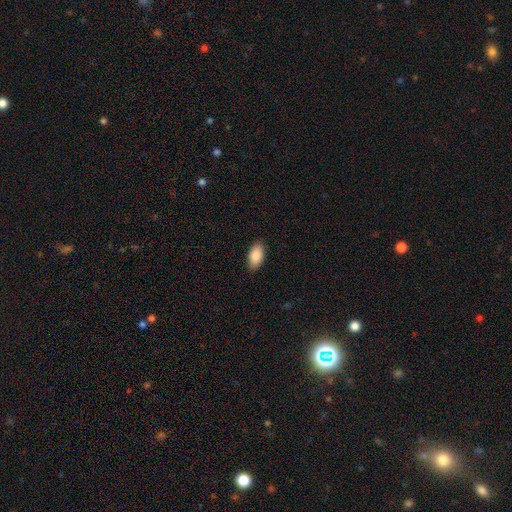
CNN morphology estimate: This appears to be a smooth galaxy with no disk features (89%) that is in between round and cigar-shaped (94%). Merging: none (89%).